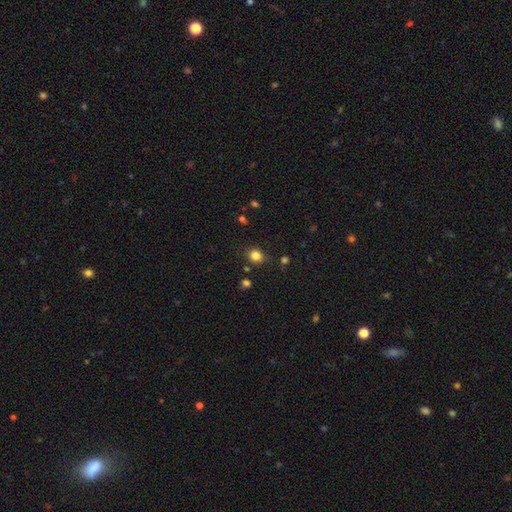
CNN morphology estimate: smooth_or_featured: smooth (p=0.82) [alt: star or artifact p=0.13]
how_rounded: round (p=0.64) [alt: in between p=0.35]
merging: none (p=0.82) [alt: minor disturbance p=0.12]